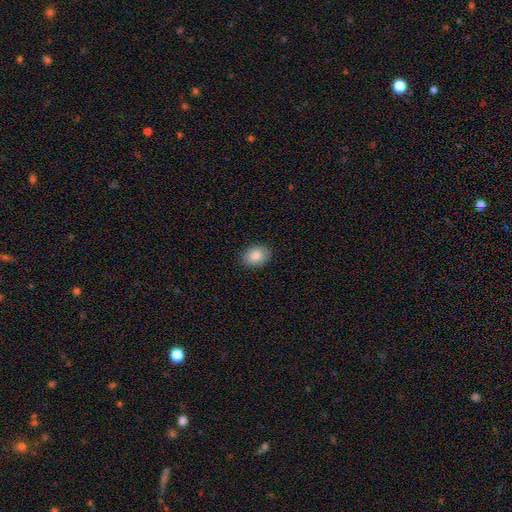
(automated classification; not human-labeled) Overall: smooth (86%). How rounded: in between (69%; round 30%). Merging: none (88%).